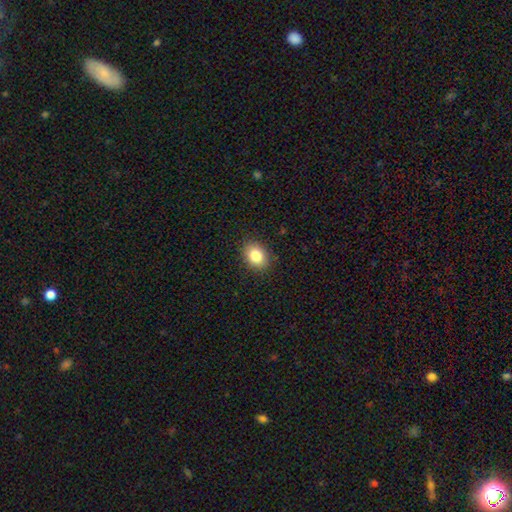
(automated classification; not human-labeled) This appears to be a smooth galaxy with no disk features (83%) that is in between round and cigar-shaped (62%). Merging: none (88%).